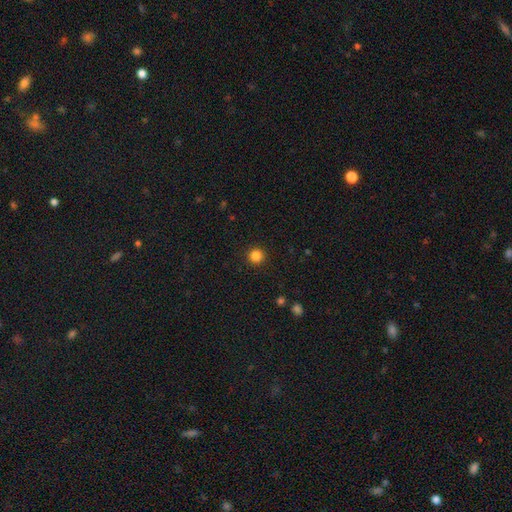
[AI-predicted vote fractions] Smooth or featured?
  - smooth: 84% *
  - star or artifact: 12%
  - featured or disk: 4%
How rounded?
  - round: 95% *
  - in between: 4%
  - cigar-shaped: 1%
Merging?
  - none: 93% *
  - minor disturbance: 5%
  - major disturbance: 2%
  - merger: 1%